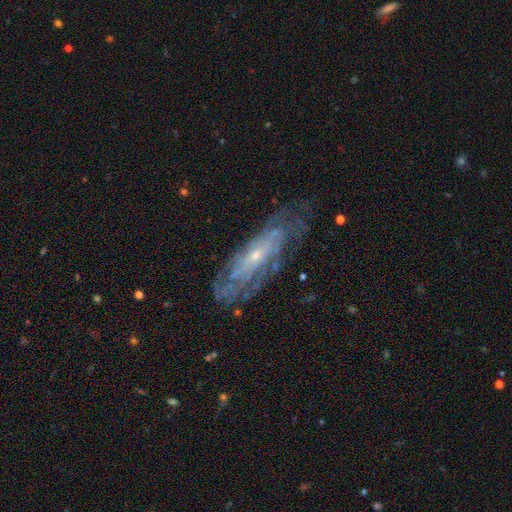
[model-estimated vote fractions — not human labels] The model was most divided on "spiral winding": tight: 67%, medium: 25%, loose: 8%. More confident: spiral arms — yes (85%); edge-on disk — no (78%); smooth or featured — featured or disk (77%); bulge size — small (76%); bar — no (72%); merging — none (69%); spiral arm count — can't tell (62%).